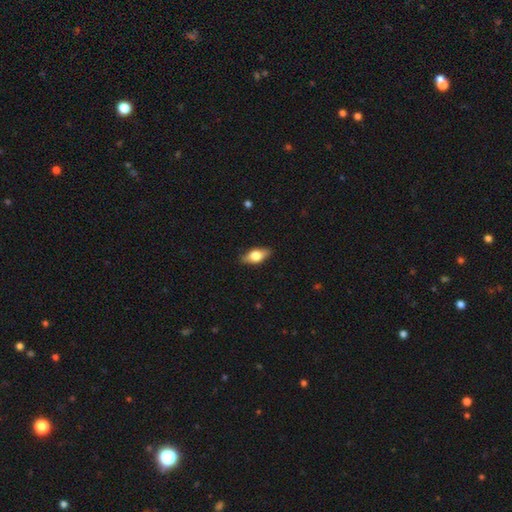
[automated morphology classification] Smooth or featured? Predicted: smooth (p=0.61). How rounded? Predicted: in between (p=0.81). Merging? Predicted: none (p=0.86).